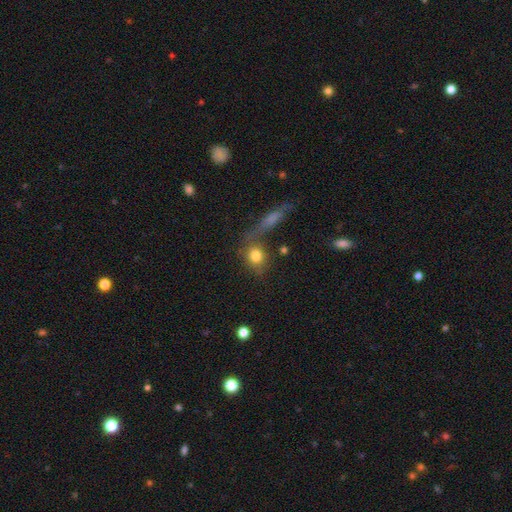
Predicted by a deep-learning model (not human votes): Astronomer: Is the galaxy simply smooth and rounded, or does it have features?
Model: smooth — 78%.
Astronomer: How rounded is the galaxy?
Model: round — 66%.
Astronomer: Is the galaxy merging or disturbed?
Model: none — 61%.